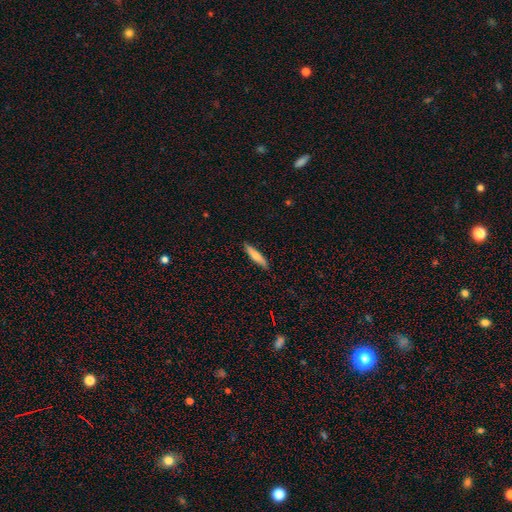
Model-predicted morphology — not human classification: A smooth galaxy with no disk features (68%) that is cigar-shaped (84%). Merging: none (87%).